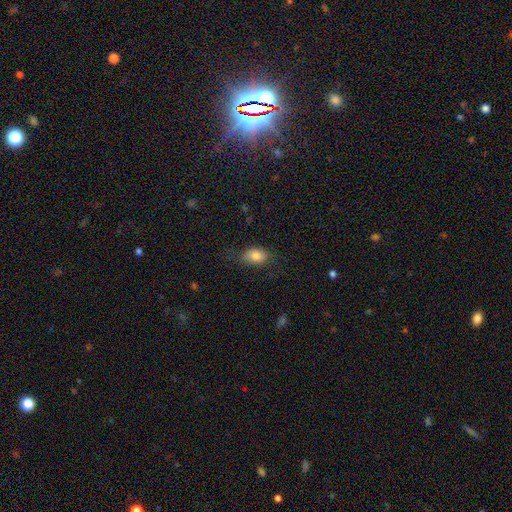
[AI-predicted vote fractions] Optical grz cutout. It shows a smooth galaxy with no disk features (81%) that is in between round and cigar-shaped (86%). Merging: none (70%).